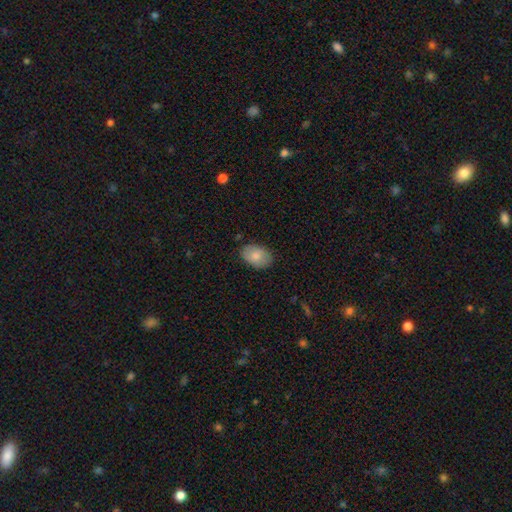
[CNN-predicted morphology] smooth-or-featured: smooth: 81% | featured or disk: 12% | star or artifact: 7%
  how-rounded: in between: 85% | round: 14% | cigar-shaped: 1%
  merging: none: 83% | minor disturbance: 13% | major disturbance: 3% | merger: 1%